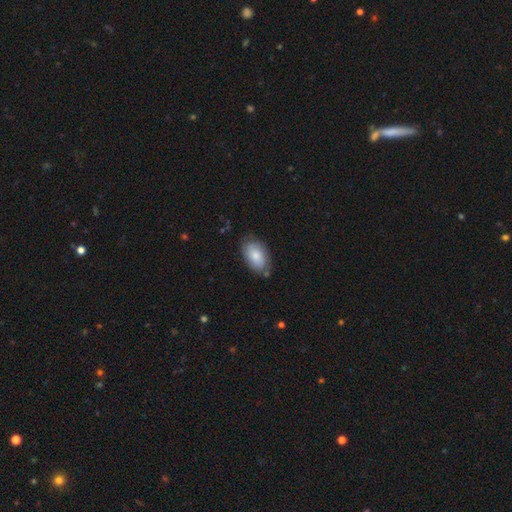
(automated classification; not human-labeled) Overall: smooth (78%). How rounded: in between (93%). Merging: none (74%).